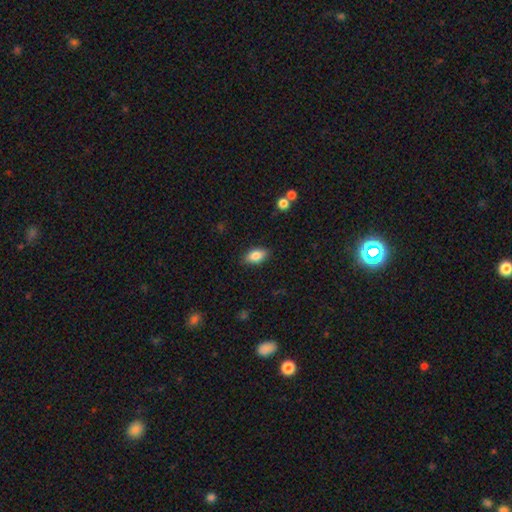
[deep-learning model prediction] A smooth galaxy with no disk features (83%) that is in between round and cigar-shaped (89%).

Vote fractions:
- Smooth or featured? smooth: 83% / featured or disk: 10% / star or artifact: 8%
- How rounded? in between: 89% / cigar-shaped: 5% / round: 5%
- Merging? none: 86% / minor disturbance: 10% / major disturbance: 2% / merger: 1%